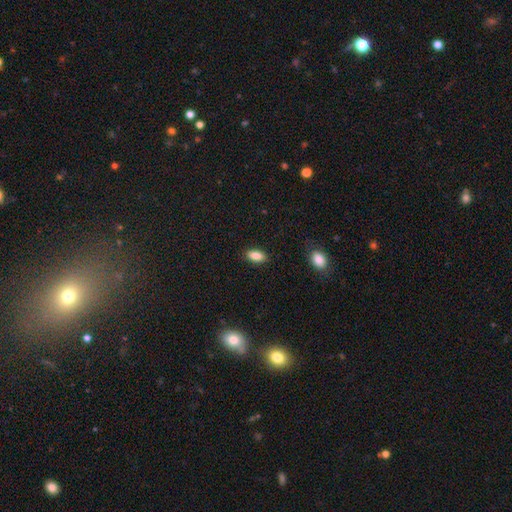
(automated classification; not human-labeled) Q: Smooth or featured?
A: smooth (85%); runner-up: star or artifact (8%)
Q: How rounded?
A: in between (88%); runner-up: cigar-shaped (8%)
Q: Merging?
A: none (87%); runner-up: minor disturbance (9%)